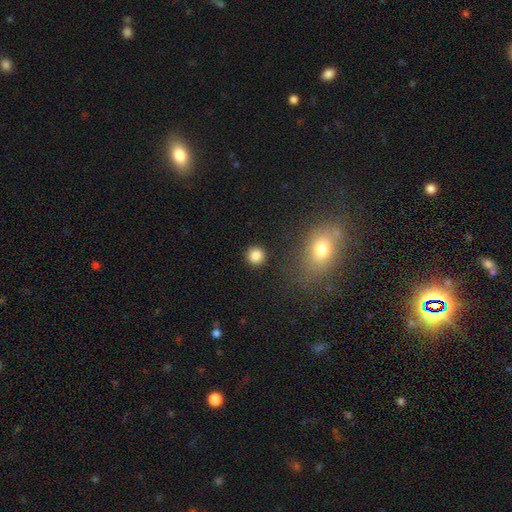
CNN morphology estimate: A smooth galaxy with no disk features (84%) that is round (93%). Merging: none (91%).